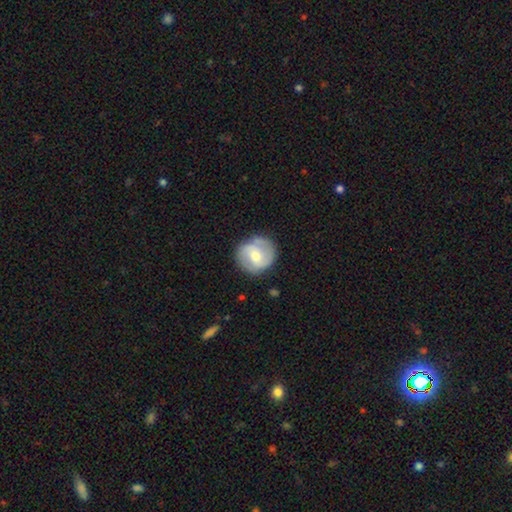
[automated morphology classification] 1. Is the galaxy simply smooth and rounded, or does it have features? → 60% featured or disk, 34% smooth, 6% star or artifact.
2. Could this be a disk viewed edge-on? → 98% no, 2% yes.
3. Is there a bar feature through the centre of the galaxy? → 46% weak, 42% no, 12% strong.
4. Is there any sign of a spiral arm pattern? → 83% yes, 17% no.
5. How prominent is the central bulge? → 63% moderate, 30% small, 5% large, 2% none, 1% dominant.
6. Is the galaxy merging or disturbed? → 76% none, 17% minor disturbance, 5% major disturbance, 2% merger.